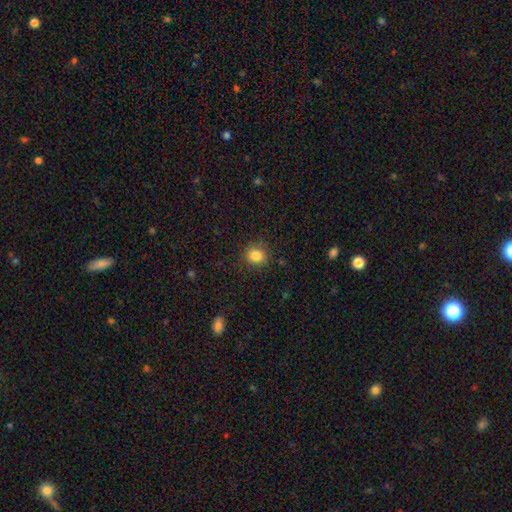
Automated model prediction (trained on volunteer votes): Smooth or featured?
  - smooth: 84% *
  - star or artifact: 11%
  - featured or disk: 5%
How rounded?
  - round: 80% *
  - in between: 19%
  - cigar-shaped: 1%
Merging?
  - none: 86% *
  - minor disturbance: 10%
  - major disturbance: 3%
  - merger: 1%